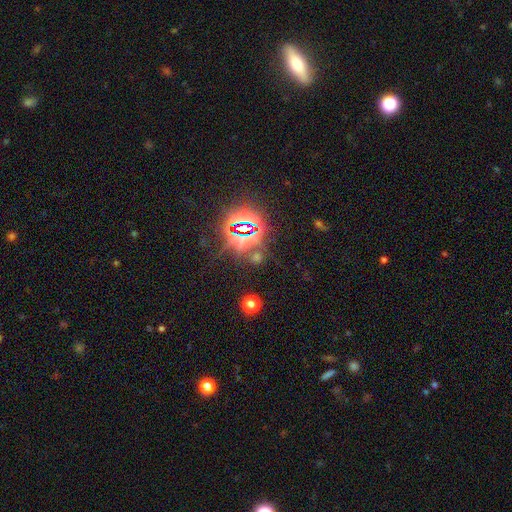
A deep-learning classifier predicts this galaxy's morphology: Smooth or featured? Predicted: star or artifact (p=0.81).